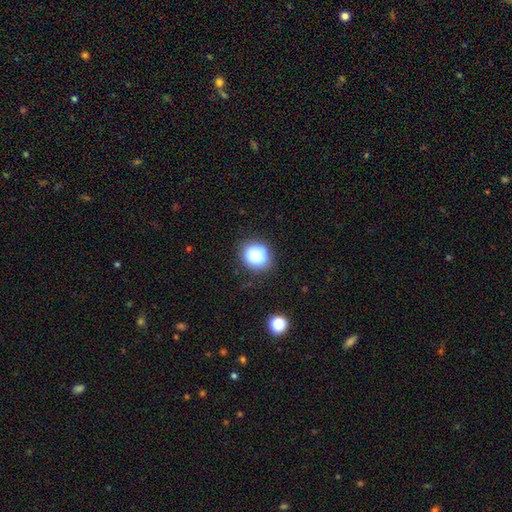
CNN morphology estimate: A smooth galaxy with no disk features (83%) that is round (75%). Merging: none (82%).